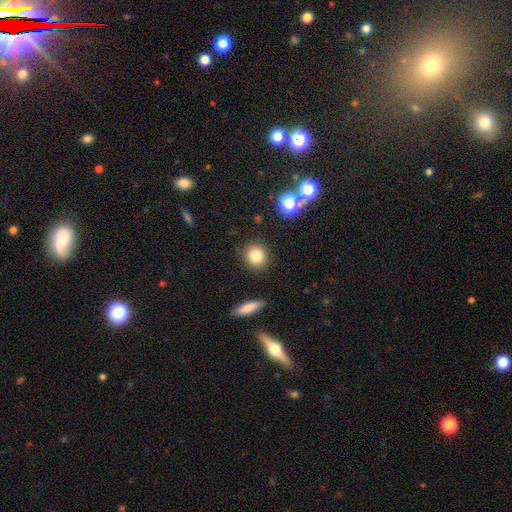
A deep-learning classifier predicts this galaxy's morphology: smooth 82%, star or artifact 11%, featured or disk 7%. Down the decision tree: how rounded — round (85%); merging — none (88%).